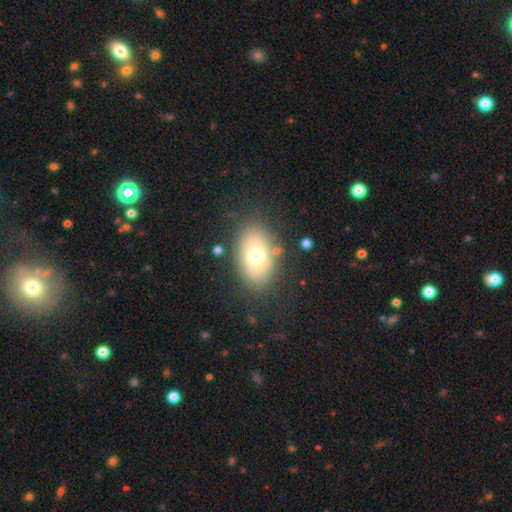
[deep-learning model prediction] Overall: smooth (68%). How rounded: in between (87%). Merging: none (80%).